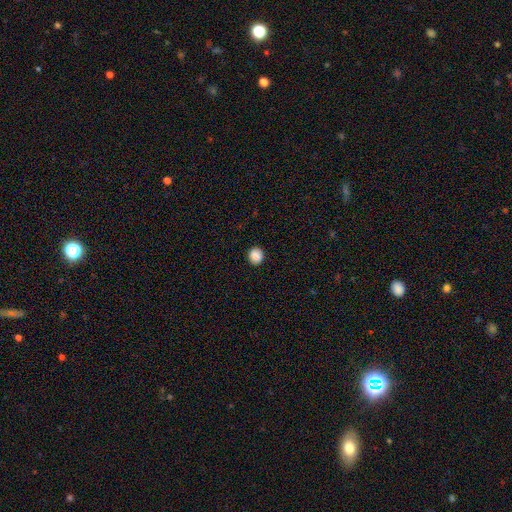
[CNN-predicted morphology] smooth-or-featured: smooth: 87% | star or artifact: 9% | featured or disk: 4%
  how-rounded: round: 84% | in between: 15% | cigar-shaped: 1%
  merging: none: 91% | minor disturbance: 6% | major disturbance: 2% | merger: 1%